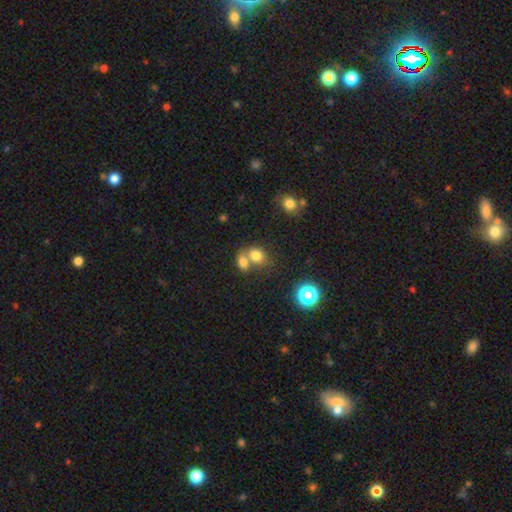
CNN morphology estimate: This is likely a smooth galaxy (76%). How rounded: possibly in between (56%). Merging: possibly merger (58%).